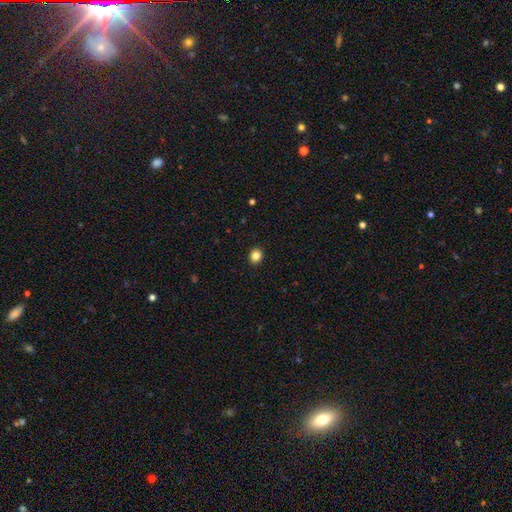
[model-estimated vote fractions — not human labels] Overall: smooth (86%). How rounded: round (71%). Merging: none (92%).